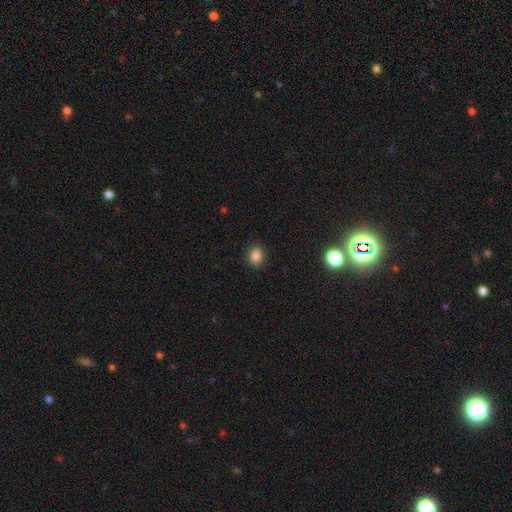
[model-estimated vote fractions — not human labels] This appears to be a smooth galaxy with no disk features (85%) that is in between round and cigar-shaped (61%). Merging: none (86%).